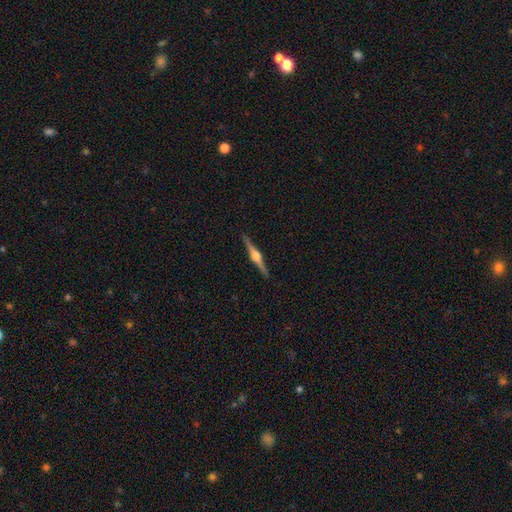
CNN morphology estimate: featured or disk 84%, smooth 11%, star or artifact 5%. Down the decision tree: edge-on disk — yes (99%); edge-on bulge — rounded (94%); merging — none (92%).